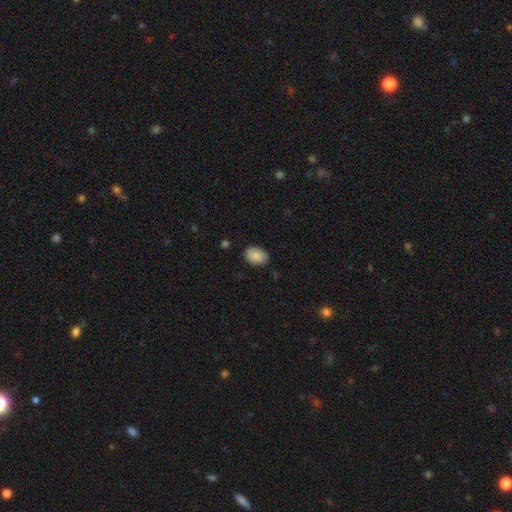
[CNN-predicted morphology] Smooth or featured? smooth (89%)
How rounded? in between (83%)
Merging? none (86%)